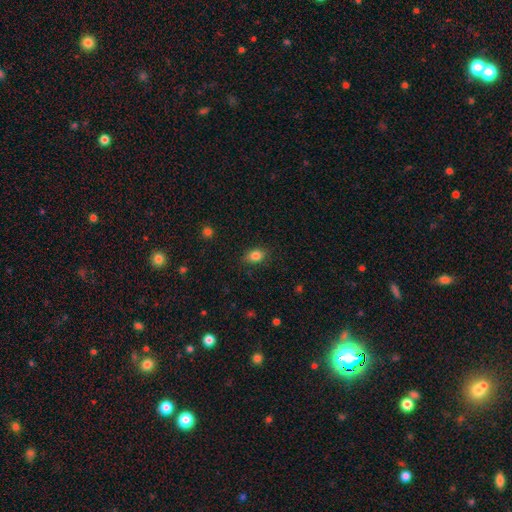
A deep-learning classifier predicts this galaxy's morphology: smooth-or-featured: smooth: 84% | star or artifact: 10% | featured or disk: 6%
  how-rounded: in between: 73% | round: 25% | cigar-shaped: 2%
  merging: none: 82% | minor disturbance: 14% | major disturbance: 3% | merger: 1%